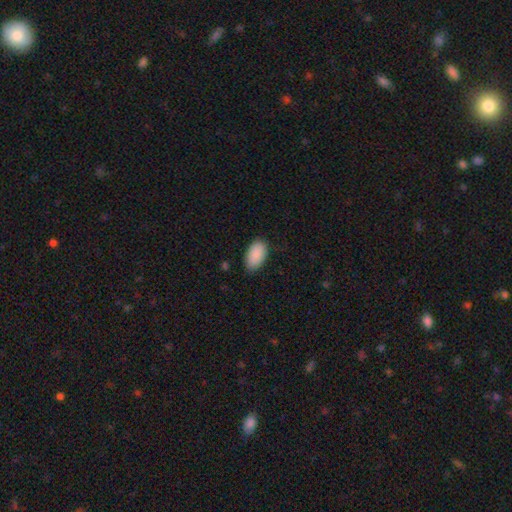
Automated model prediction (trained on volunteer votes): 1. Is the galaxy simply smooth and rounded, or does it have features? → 90% smooth, 6% star or artifact, 4% featured or disk.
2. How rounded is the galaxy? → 95% in between, 3% round, 2% cigar-shaped.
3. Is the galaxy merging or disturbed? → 82% none, 14% minor disturbance, 3% major disturbance, 1% merger.